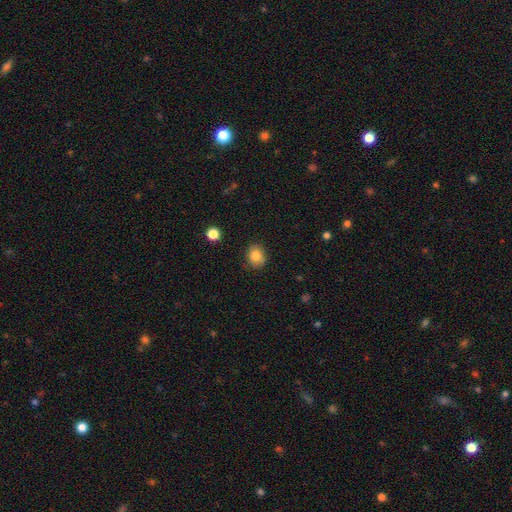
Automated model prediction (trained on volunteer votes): Q: Smooth or featured?
A: smooth (83%); runner-up: star or artifact (10%)
Q: How rounded?
A: round (63%); runner-up: in between (36%)
Q: Merging?
A: none (85%); runner-up: minor disturbance (11%)